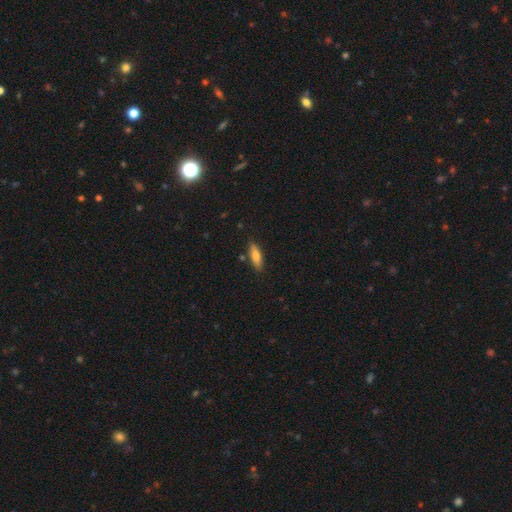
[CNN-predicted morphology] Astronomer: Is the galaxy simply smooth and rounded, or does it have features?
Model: smooth — 75%.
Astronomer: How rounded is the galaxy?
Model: cigar-shaped — 52% (runner-up: in between, 46%).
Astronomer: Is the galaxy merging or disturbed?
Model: none — 83%.